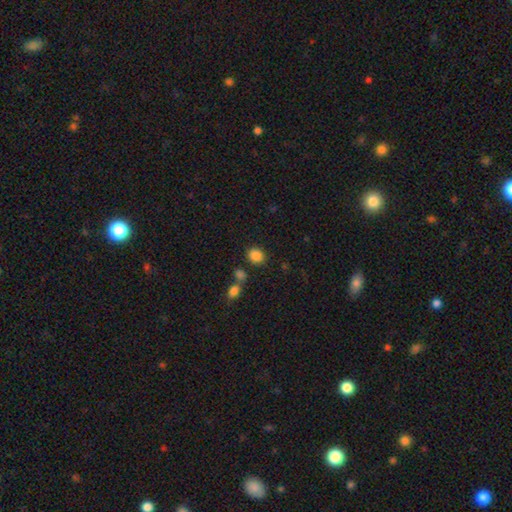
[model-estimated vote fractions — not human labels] smooth-or-featured: smooth: 86% | star or artifact: 10% | featured or disk: 4%
  how-rounded: round: 57% | in between: 42% | cigar-shaped: 1%
  merging: none: 78% | minor disturbance: 10% | merger: 8% | major disturbance: 4%